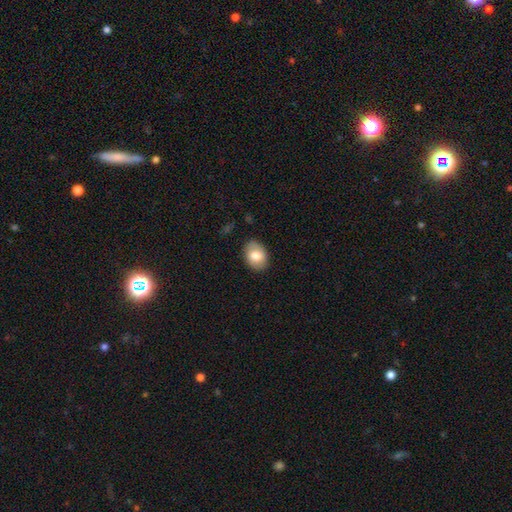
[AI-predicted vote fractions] smooth-or-featured: smooth: 77% | featured or disk: 16% | star or artifact: 7%
  how-rounded: in between: 79% | round: 20% | cigar-shaped: 1%
  merging: none: 84% | minor disturbance: 12% | major disturbance: 3% | merger: 1%